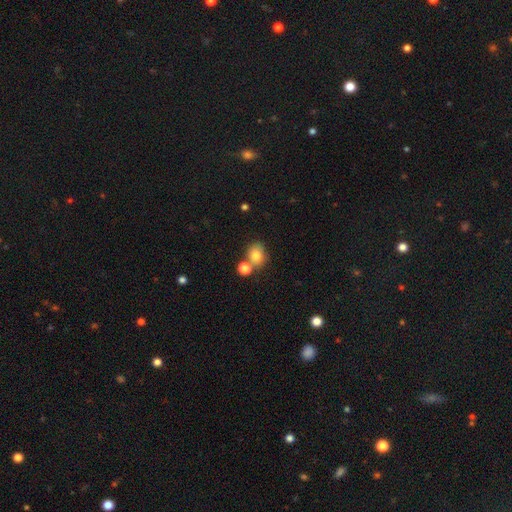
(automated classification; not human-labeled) smooth_or_featured: smooth (p=0.81) [alt: star or artifact p=0.11]
how_rounded: round (p=0.55) [alt: in between p=0.44]
merging: none (p=0.54) [alt: merger p=0.27]